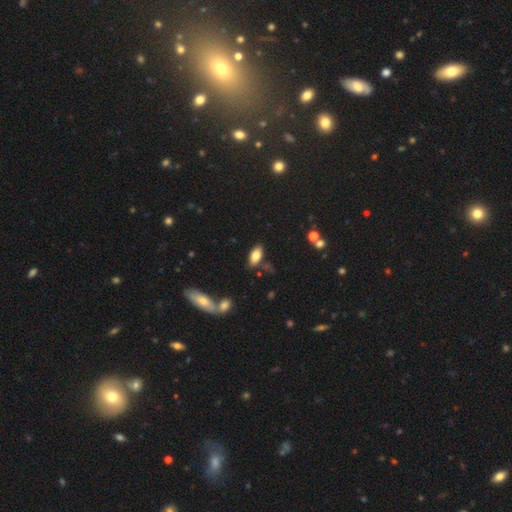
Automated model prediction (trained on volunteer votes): Q: Smooth or featured?
A: smooth (80%); runner-up: featured or disk (12%)
Q: How rounded?
A: in between (89%); runner-up: cigar-shaped (8%)
Q: Merging?
A: none (77%); runner-up: minor disturbance (13%)